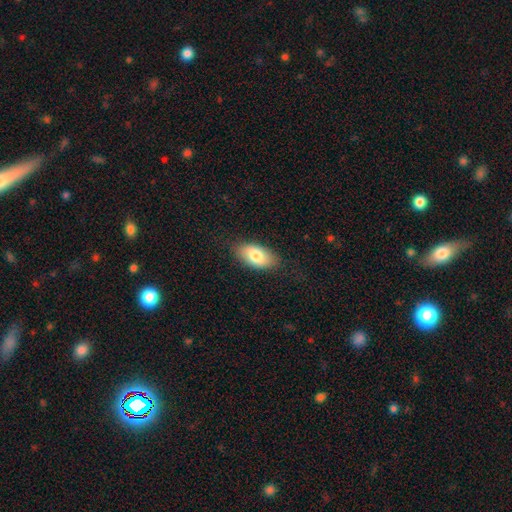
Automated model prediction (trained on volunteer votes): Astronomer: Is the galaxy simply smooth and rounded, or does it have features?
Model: smooth — 79%.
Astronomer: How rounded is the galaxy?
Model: in between — 93%.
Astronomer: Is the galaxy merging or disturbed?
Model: none — 83%.